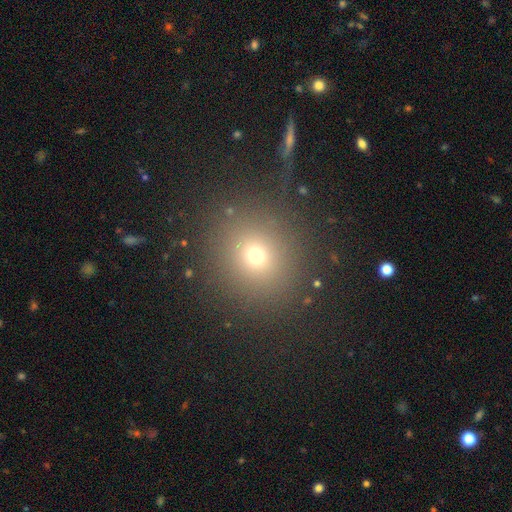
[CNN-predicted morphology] A smooth galaxy with no disk features (68%) that is round (87%). Merging: none (83%).